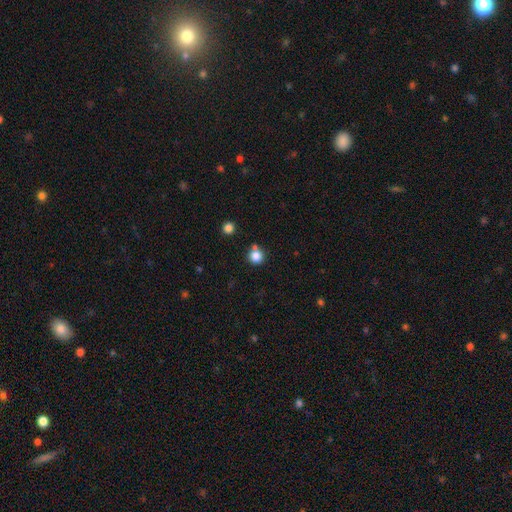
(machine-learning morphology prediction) A smooth galaxy with no disk features (83%) that is round (92%).

Vote fractions:
- Smooth or featured? smooth: 83% / star or artifact: 11% / featured or disk: 5%
- How rounded? round: 92% / in between: 7% / cigar-shaped: 1%
- Merging? none: 70% / merger: 16% / minor disturbance: 11% / major disturbance: 3%